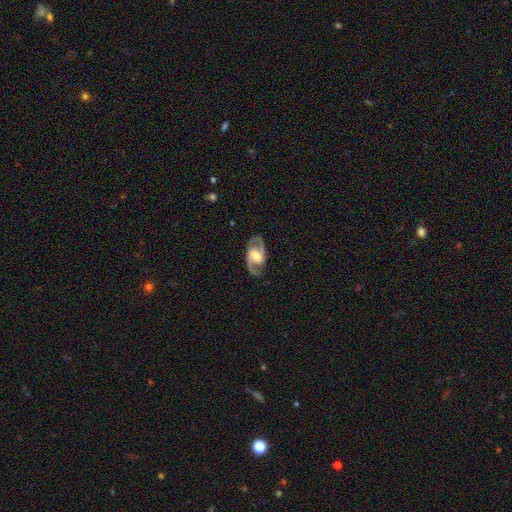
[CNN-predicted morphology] type=featured or disk (88%); edge-on=no (97%); bar=weak (47%); spiral arms=yes (96%); winding=medium (61%); arm count=2 (93%); bulge=moderate (50%); merging=none (85%).